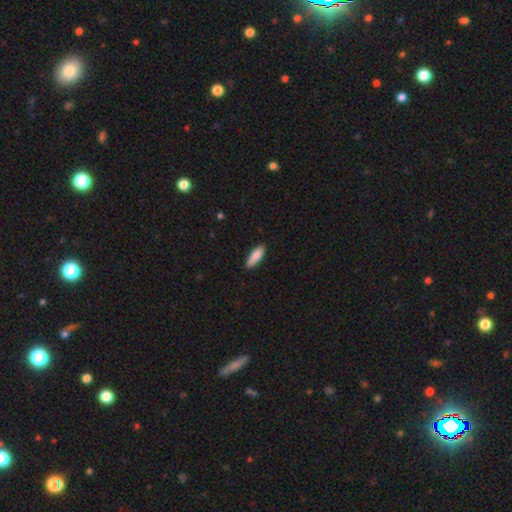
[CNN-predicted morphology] Smooth or featured? Predicted: smooth (p=0.86). How rounded? Predicted: in between (p=0.56). Merging? Predicted: none (p=0.84).